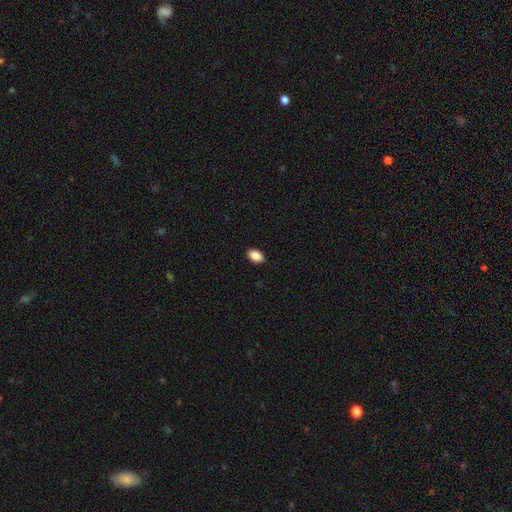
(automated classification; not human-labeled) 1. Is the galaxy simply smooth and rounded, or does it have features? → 88% smooth, 7% star or artifact, 5% featured or disk.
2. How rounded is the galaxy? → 92% in between, 6% round, 2% cigar-shaped.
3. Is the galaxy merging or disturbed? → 90% none, 7% minor disturbance, 2% major disturbance, 1% merger.